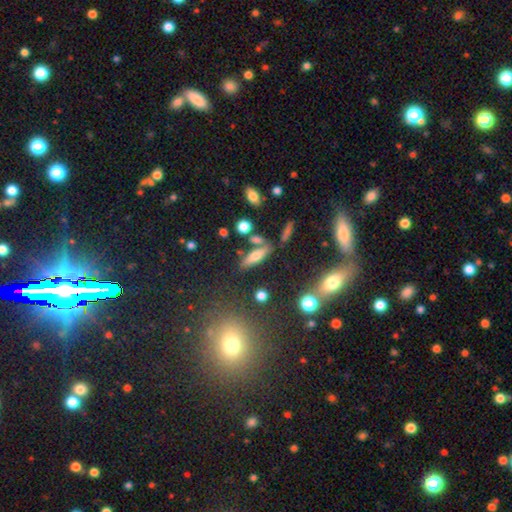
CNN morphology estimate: Smooth or featured? Predicted: smooth (p=0.59). How rounded? Predicted: cigar-shaped (p=0.54). Merging? Predicted: none (p=0.67).